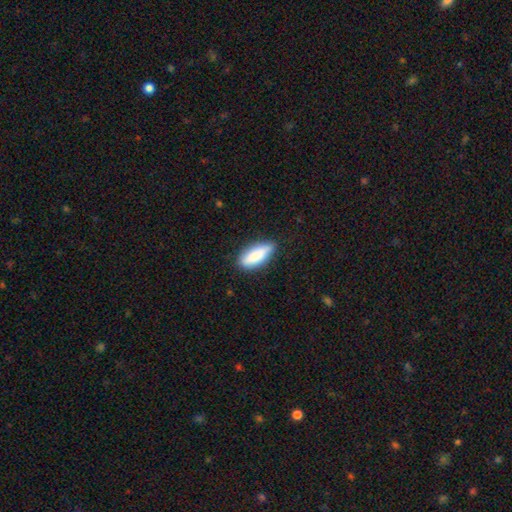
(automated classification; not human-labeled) A smooth galaxy with no disk features (82%) that is in between round and cigar-shaped (68%). Merging: none (80%).